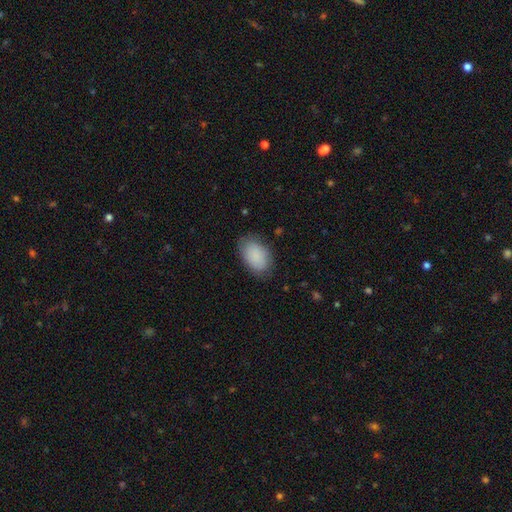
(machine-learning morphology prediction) Smooth or featured? Predicted: smooth (p=0.88). How rounded? Predicted: in between (p=0.90). Merging? Predicted: none (p=0.79).